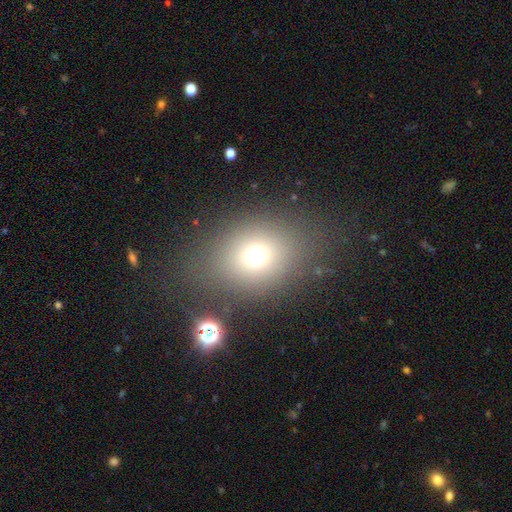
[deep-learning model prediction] Overall: smooth (67%). How rounded: round (54%; in between 45%). Merging: none (74%).